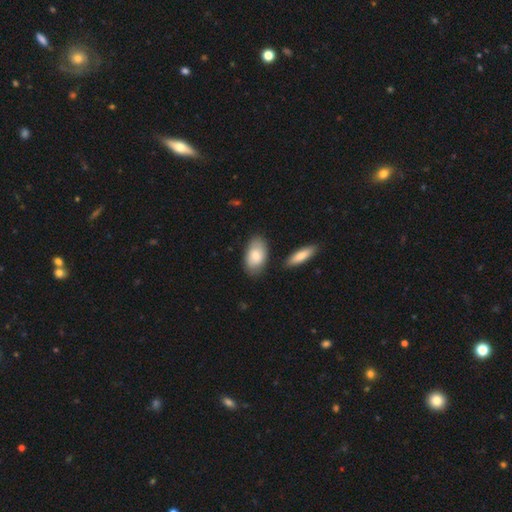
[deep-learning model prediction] smooth 79%, featured or disk 15%, star or artifact 6%. Down the decision tree: how rounded — in between (93%); merging — none (75%).